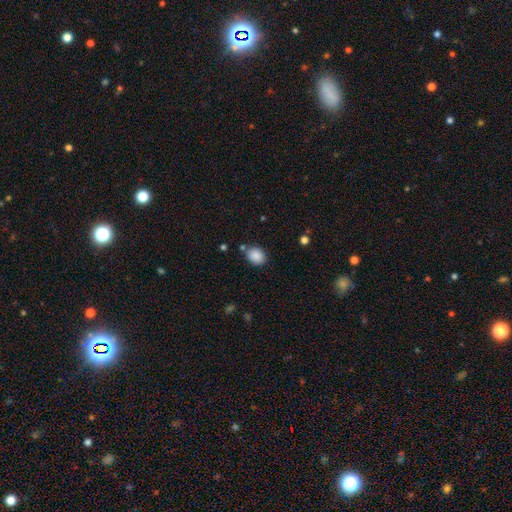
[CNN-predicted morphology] This appears to be a smooth galaxy with no disk features (88%) that is in between round and cigar-shaped (52%). Merging: none (77%).